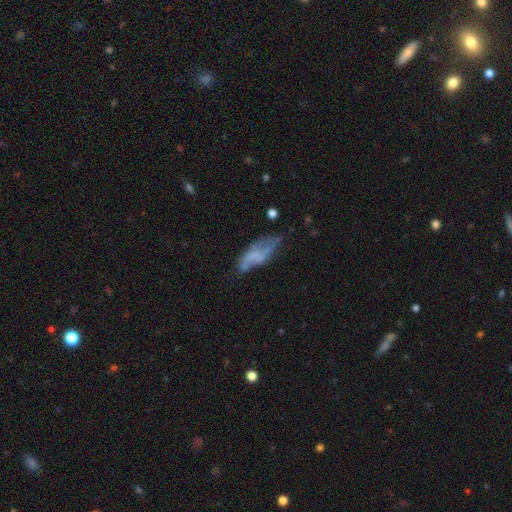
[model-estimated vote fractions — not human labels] smooth_or_featured: featured or disk (p=0.46) [alt: smooth p=0.43]
merging: none (p=0.35) [alt: minor disturbance p=0.30]